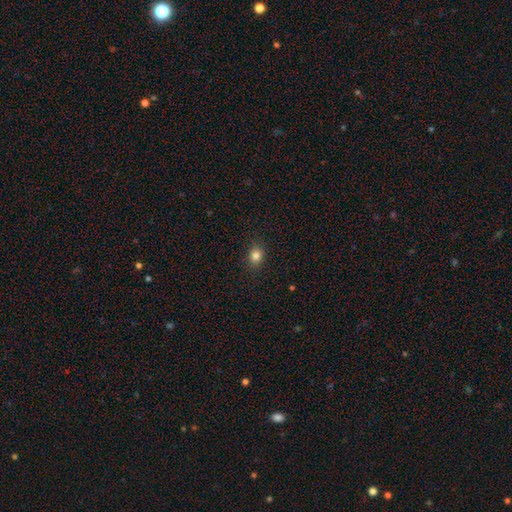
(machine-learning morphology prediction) This appears to be a smooth galaxy with no disk features (82%) that is round (57%). Merging: none (88%).